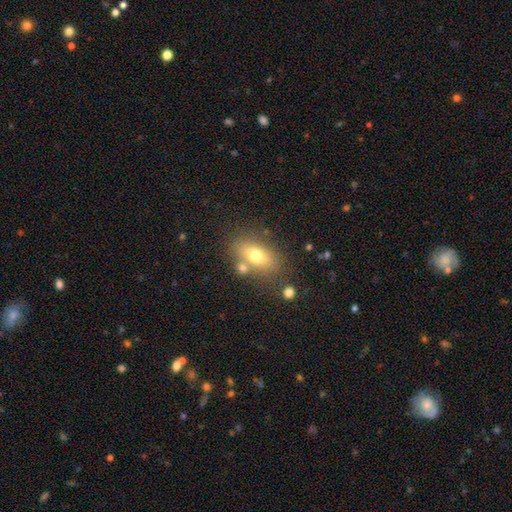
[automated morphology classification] smooth 69%, featured or disk 22%, star or artifact 10%. Down the decision tree: how rounded — in between (82%); merging — none (71%).